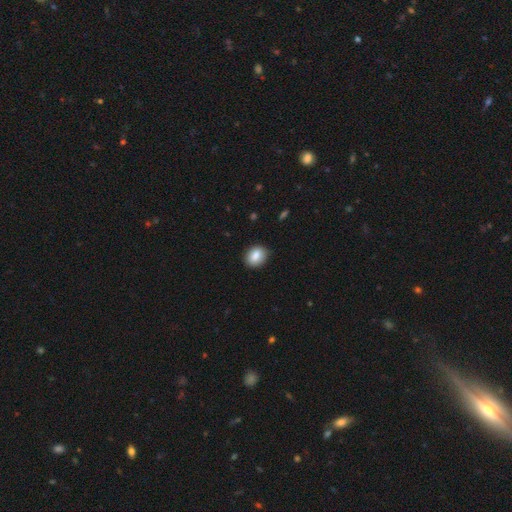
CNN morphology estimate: Smooth or featured?
  - smooth: 86% *
  - star or artifact: 8%
  - featured or disk: 7%
How rounded?
  - in between: 55% *
  - round: 44%
  - cigar-shaped: 1%
Merging?
  - none: 86% *
  - minor disturbance: 11%
  - major disturbance: 2%
  - merger: 1%